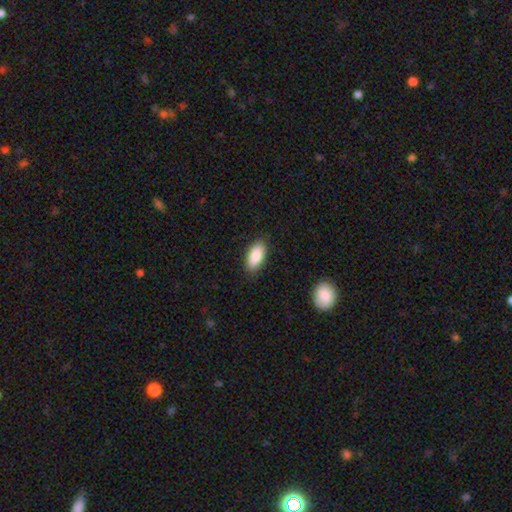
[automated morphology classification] This is clearly a smooth galaxy (87%). How rounded: clearly in between (90%). Merging: clearly none (87%).